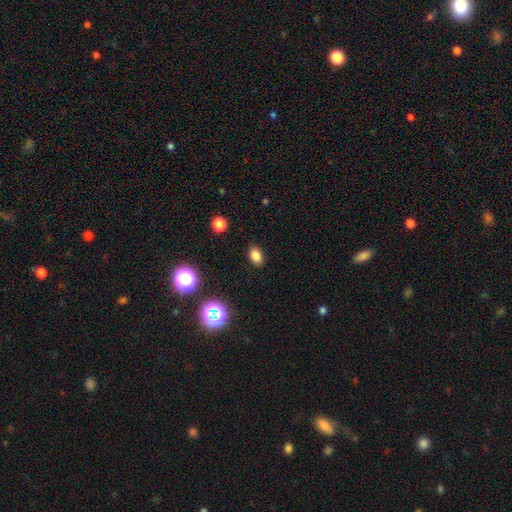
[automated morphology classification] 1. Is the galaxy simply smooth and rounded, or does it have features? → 81% smooth, 14% star or artifact, 5% featured or disk.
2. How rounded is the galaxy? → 80% in between, 18% round, 1% cigar-shaped.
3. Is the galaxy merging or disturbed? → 88% none, 9% minor disturbance, 2% major disturbance, 1% merger.